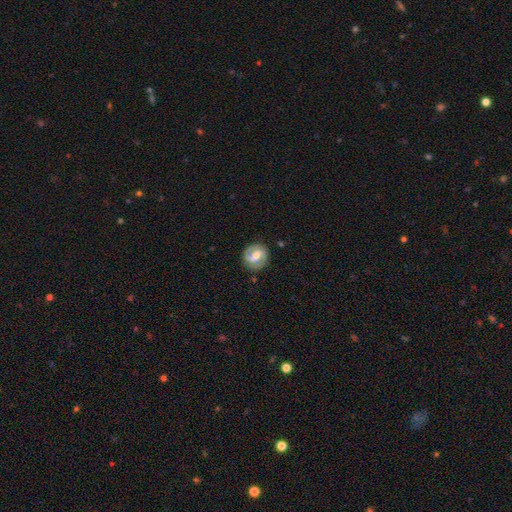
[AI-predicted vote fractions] Morphology: type=featured or disk (64%); edge-on=no (96%); bar=strong (44%); spiral arms=yes (75%); bulge=moderate (53%); merging=none (79%).